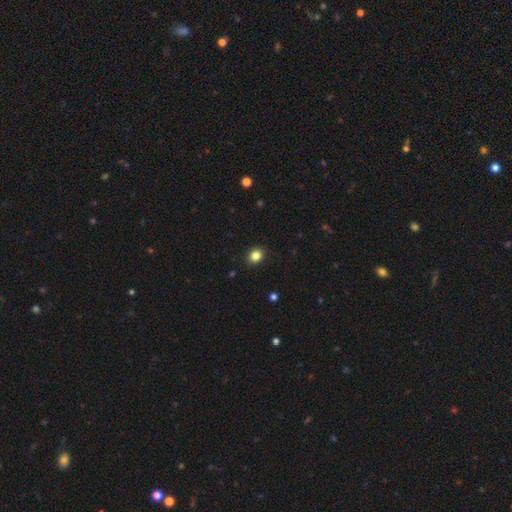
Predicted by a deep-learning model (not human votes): Smooth or featured? smooth (85%)
How rounded? round (55%)
Merging? none (90%)